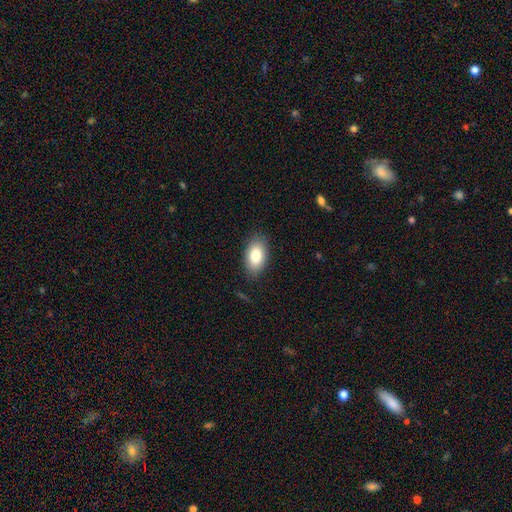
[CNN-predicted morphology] Smooth or featured: smooth — 82% (featured or disk — 11%)
How rounded: in between — 92% (round — 6%)
Merging: none — 85% (minor disturbance — 11%)